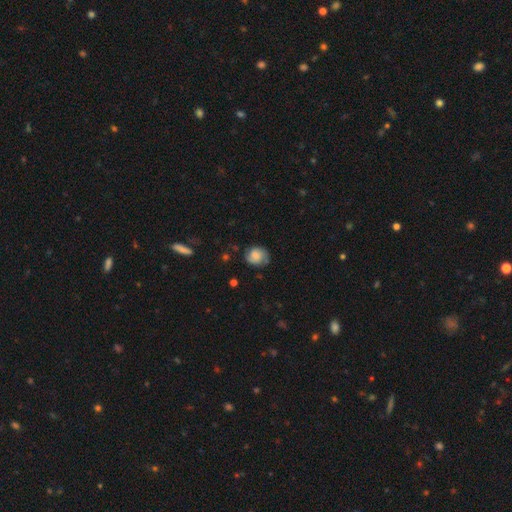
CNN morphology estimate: The model was most divided on "smooth or featured": smooth: 56%, featured or disk: 35%, star or artifact: 9%. More confident: how rounded — round (67%); merging — none (65%).